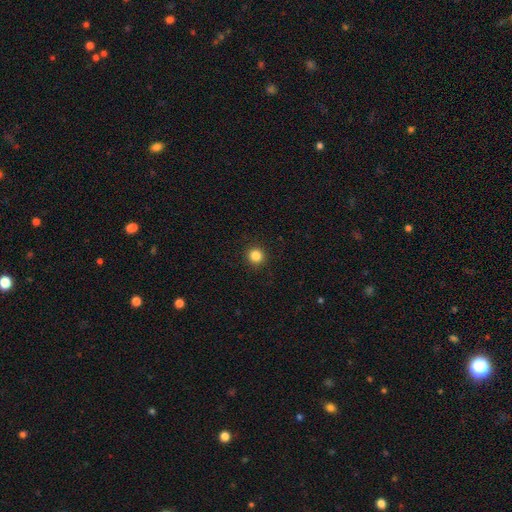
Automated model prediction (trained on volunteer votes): smooth 85%, star or artifact 11%, featured or disk 4%. Down the decision tree: how rounded — round (95%); merging — none (93%).